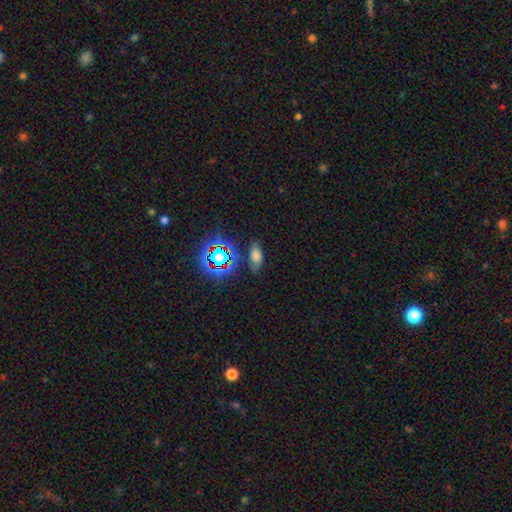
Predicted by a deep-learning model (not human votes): Smooth or featured? Predicted: smooth (p=0.63). How rounded? Predicted: in between (p=0.83). Merging? Predicted: none (p=0.76).